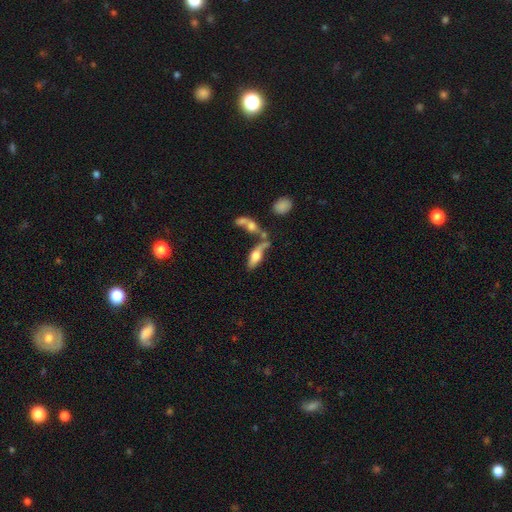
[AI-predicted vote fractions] smooth 51%, featured or disk 41%, star or artifact 8%. Down the decision tree: how rounded — in between (63%); merging — none (39%).